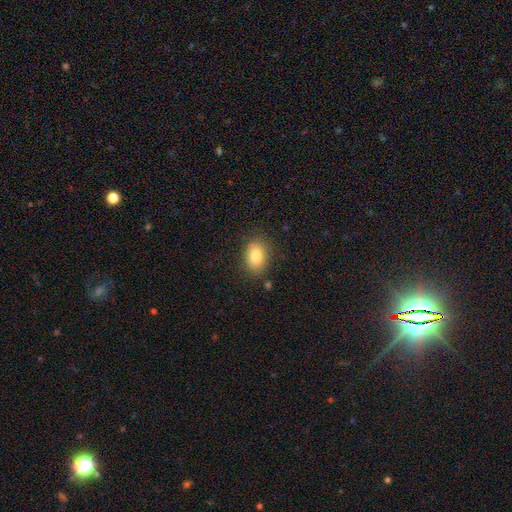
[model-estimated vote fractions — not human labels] The model was most divided on "how rounded": in between: 77%, round: 22%, cigar-shaped: 1%. More confident: merging — none (84%); smooth or featured — smooth (82%).